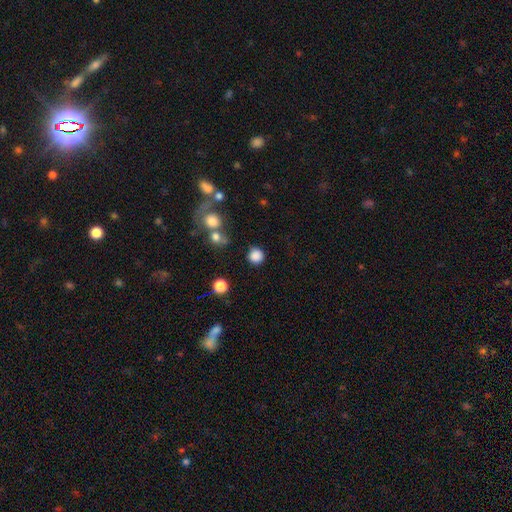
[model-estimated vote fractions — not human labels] Smooth or featured?
  - smooth: 84% *
  - star or artifact: 12%
  - featured or disk: 4%
How rounded?
  - round: 92% *
  - in between: 7%
  - cigar-shaped: 1%
Merging?
  - none: 84% *
  - minor disturbance: 8%
  - merger: 4%
  - major disturbance: 4%